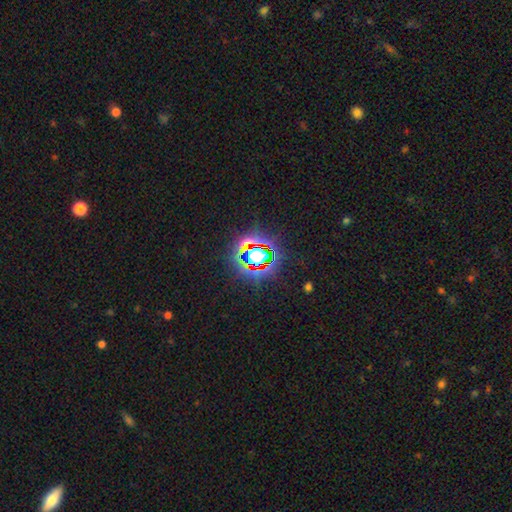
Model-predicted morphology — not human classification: smooth_or_featured: star or artifact (p=0.73) [alt: smooth p=0.16]